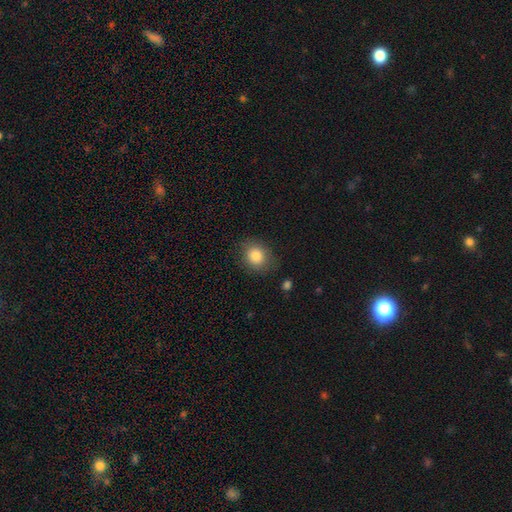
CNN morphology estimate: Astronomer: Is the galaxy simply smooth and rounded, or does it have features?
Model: smooth — 84%.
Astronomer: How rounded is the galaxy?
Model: round — 62%.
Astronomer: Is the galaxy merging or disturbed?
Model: none — 82%.